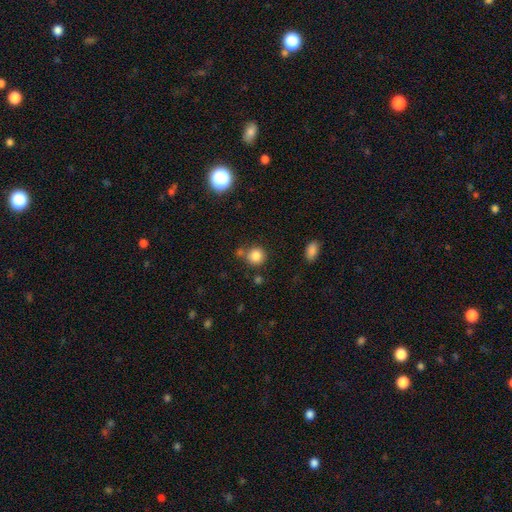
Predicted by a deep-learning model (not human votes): Smooth or featured? smooth (84%)
How rounded? round (89%)
Merging? none (69%)